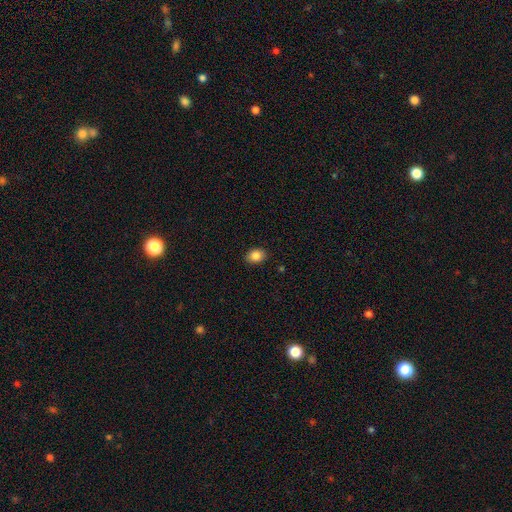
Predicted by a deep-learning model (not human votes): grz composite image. It shows a smooth galaxy with no disk features (86%) that is in between round and cigar-shaped (70%). Merging: none (89%).